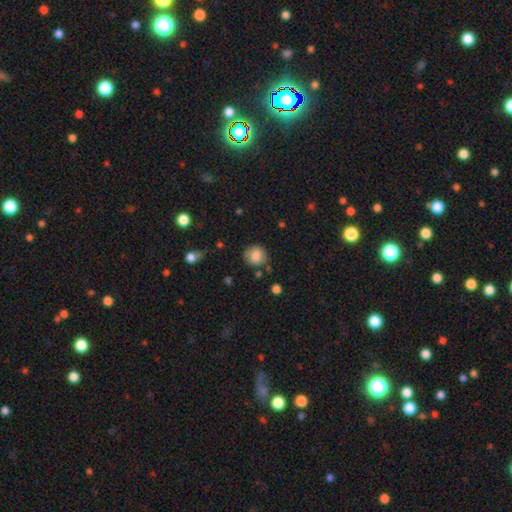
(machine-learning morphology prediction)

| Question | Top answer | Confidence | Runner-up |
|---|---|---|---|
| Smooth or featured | smooth | 83% | star or artifact (9%) |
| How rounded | round | 84% | in between (15%) |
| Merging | none | 80% | minor disturbance (13%) |